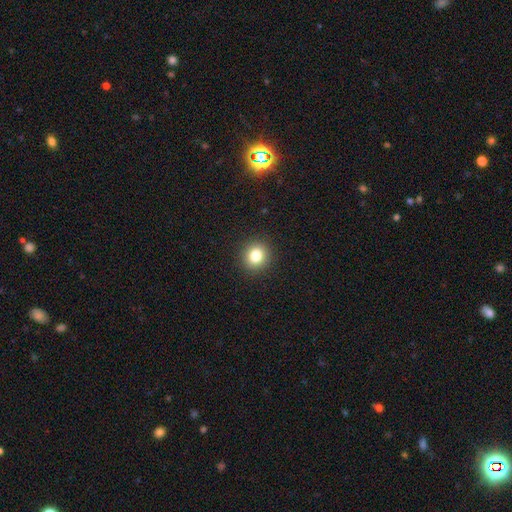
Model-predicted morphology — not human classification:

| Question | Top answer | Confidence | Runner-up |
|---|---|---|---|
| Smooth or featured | smooth | 81% | star or artifact (12%) |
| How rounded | round | 87% | in between (12%) |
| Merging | none | 92% | minor disturbance (5%) |